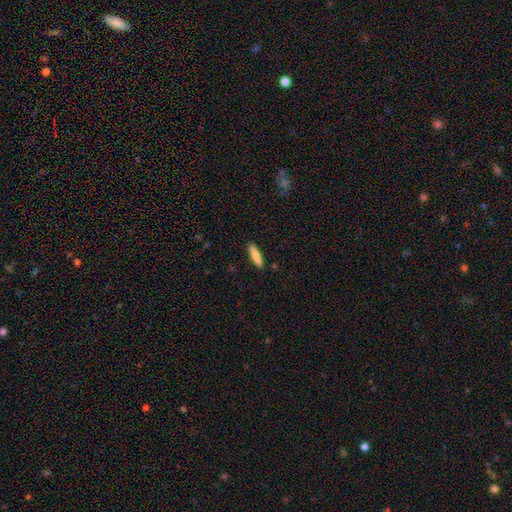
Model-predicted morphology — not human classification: The model was most divided on "how rounded": cigar-shaped: 78%, in between: 20%, round: 2%. More confident: merging — none (89%); smooth or featured — smooth (80%).